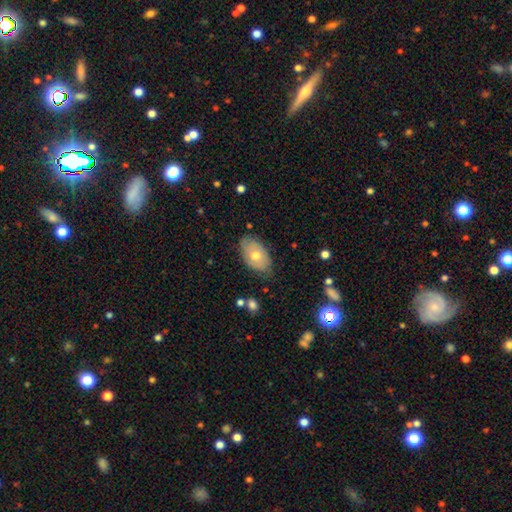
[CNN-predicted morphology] type=smooth (57%); roundness=in between (92%); merging=none (74%).